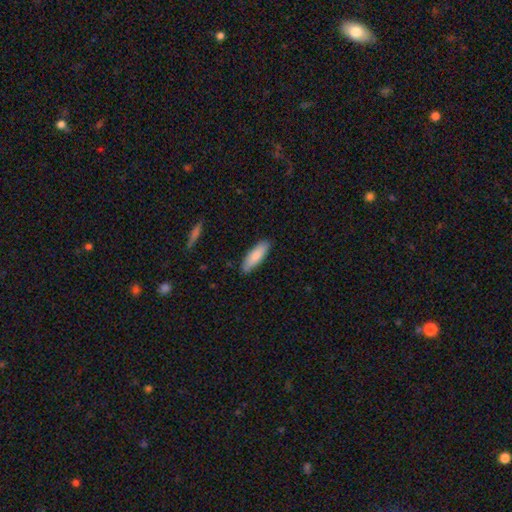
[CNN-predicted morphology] smooth 83%, featured or disk 11%, star or artifact 5%. Down the decision tree: how rounded — in between (54%); merging — none (88%).